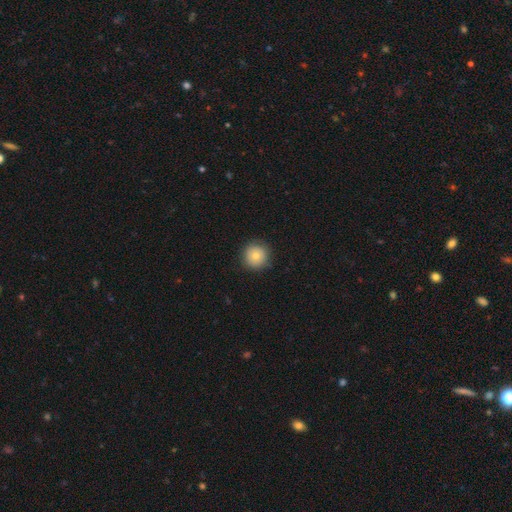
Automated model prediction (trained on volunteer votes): smooth-or-featured: smooth: 79% | featured or disk: 11% | star or artifact: 10%
  how-rounded: round: 95% | in between: 4% | cigar-shaped: 1%
  merging: none: 88% | minor disturbance: 9% | major disturbance: 2% | merger: 1%